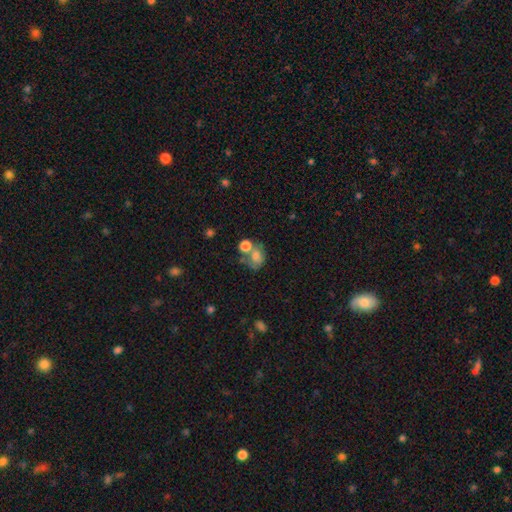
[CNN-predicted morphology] The model was most divided on "merging": merger: 39%, none: 31%, minor disturbance: 17%, major disturbance: 14%. More confident: smooth or featured — smooth (65%); how rounded — in between (54%).